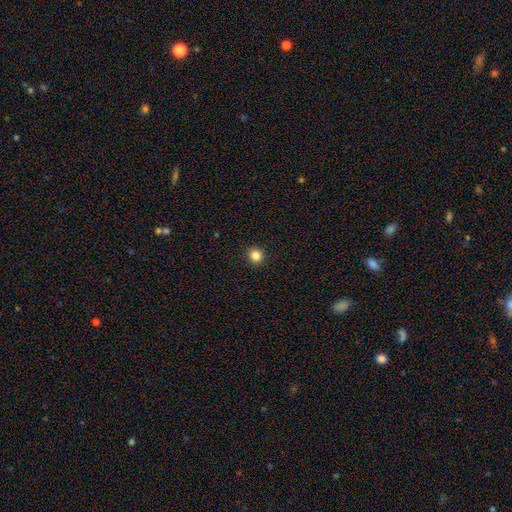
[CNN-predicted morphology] Q: Smooth or featured?
A: smooth (84%); runner-up: star or artifact (12%)
Q: How rounded?
A: round (92%); runner-up: in between (7%)
Q: Merging?
A: none (93%); runner-up: minor disturbance (5%)